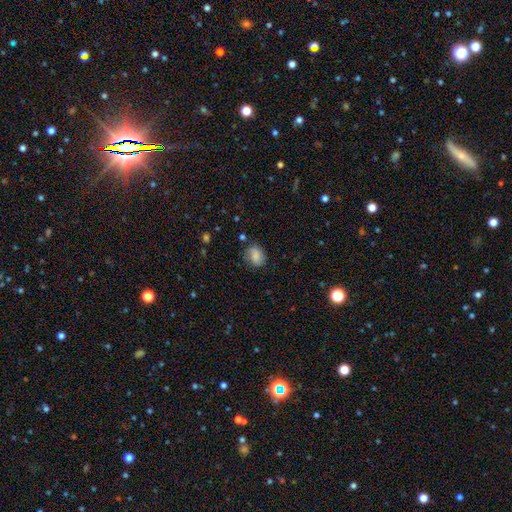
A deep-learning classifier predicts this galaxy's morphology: Q: Smooth or featured?
A: smooth (79%); runner-up: featured or disk (12%)
Q: How rounded?
A: in between (56%); runner-up: round (42%)
Q: Merging?
A: none (68%); runner-up: minor disturbance (23%)